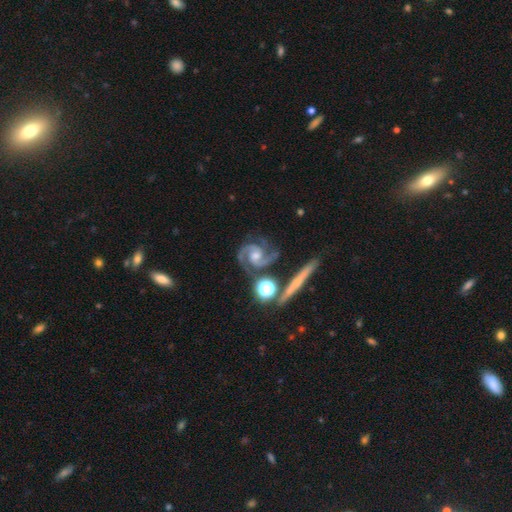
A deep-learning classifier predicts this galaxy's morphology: Smooth or featured? Predicted: featured or disk (p=0.91). Edge-on disk? Predicted: no (p=0.96). Bar? Predicted: no (p=0.54). Spiral arms? Predicted: yes (p=0.98). Spiral winding? Predicted: medium (p=0.53). Spiral arm count? Predicted: 2 (p=0.86). Bulge size? Predicted: moderate (p=0.56). Merging? Predicted: none (p=0.73).